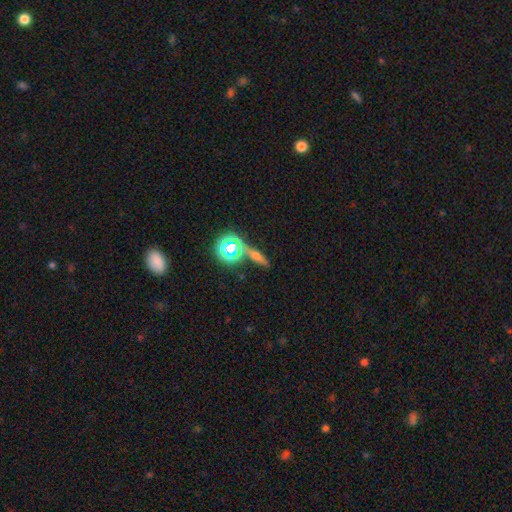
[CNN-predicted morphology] This appears to be a smooth galaxy with no disk features (44%). Merging: none (72%).